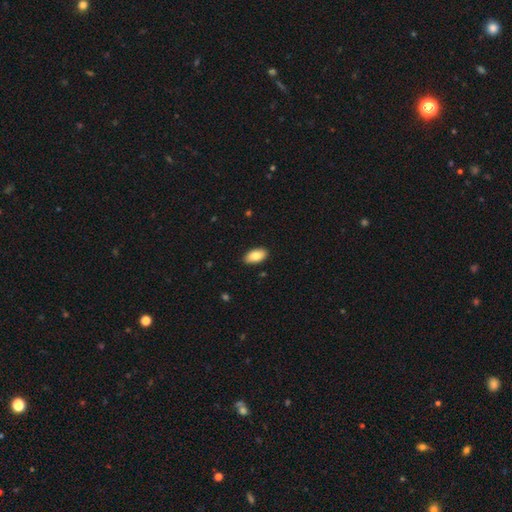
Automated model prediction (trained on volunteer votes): Overall: smooth (83%). How rounded: in between (94%). Merging: none (89%).